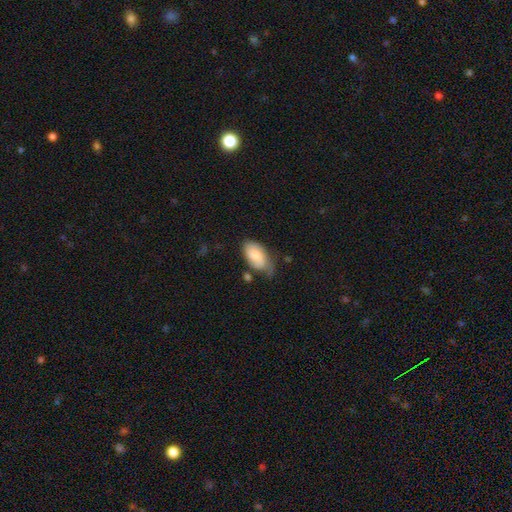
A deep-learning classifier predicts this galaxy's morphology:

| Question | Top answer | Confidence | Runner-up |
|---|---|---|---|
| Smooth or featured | smooth | 75% | featured or disk (19%) |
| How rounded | in between | 94% | round (4%) |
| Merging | none | 45% | minor disturbance (38%) |